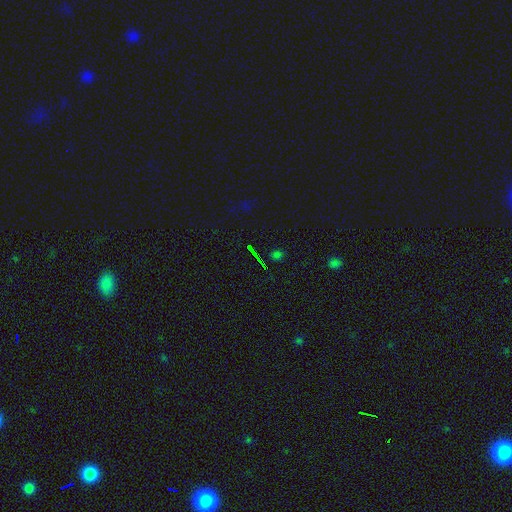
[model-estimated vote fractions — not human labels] Morphology: type=star or artifact (69%).